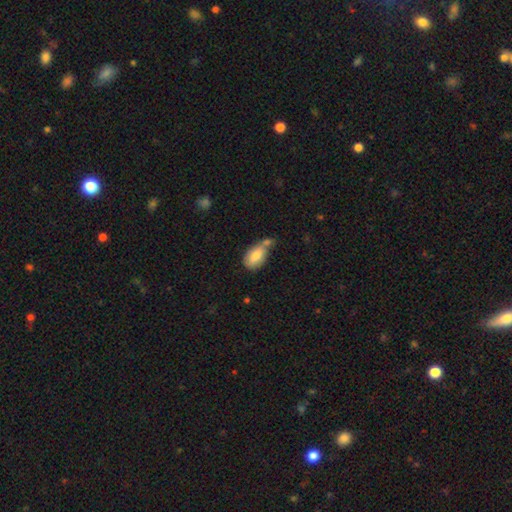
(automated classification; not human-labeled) smooth_or_featured: smooth (p=0.78) [alt: featured or disk p=0.15]
how_rounded: in between (p=0.91) [alt: round p=0.05]
merging: merger (p=0.35) [alt: none p=0.31]